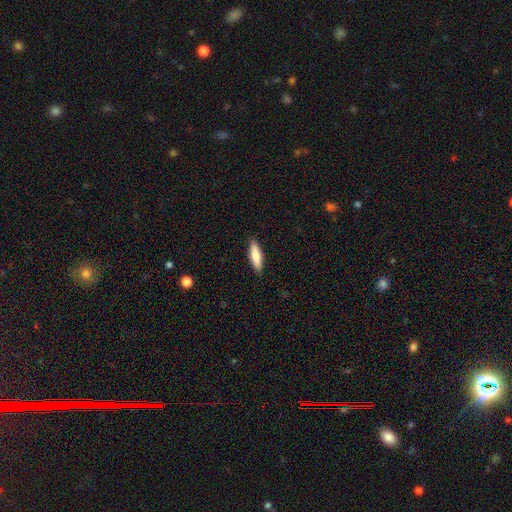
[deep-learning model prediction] Smooth or featured: smooth — 79% (featured or disk — 15%)
How rounded: cigar-shaped — 64% (in between — 35%)
Merging: none — 89% (minor disturbance — 8%)